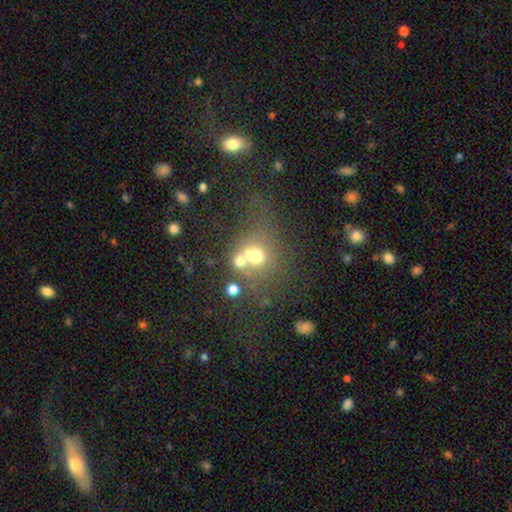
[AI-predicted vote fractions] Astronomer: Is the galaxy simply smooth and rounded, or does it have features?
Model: smooth — 54%.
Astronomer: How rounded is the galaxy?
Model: round — 75%.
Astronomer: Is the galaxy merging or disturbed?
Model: merger — 44% (runner-up: none, 36%).